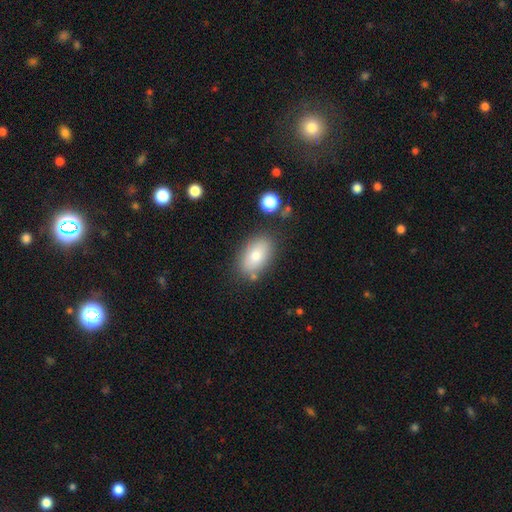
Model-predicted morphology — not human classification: Smooth or featured?
  - smooth: 77% *
  - featured or disk: 15%
  - star or artifact: 8%
How rounded?
  - in between: 91% *
  - round: 7%
  - cigar-shaped: 2%
Merging?
  - none: 77% *
  - minor disturbance: 14%
  - merger: 5%
  - major disturbance: 4%